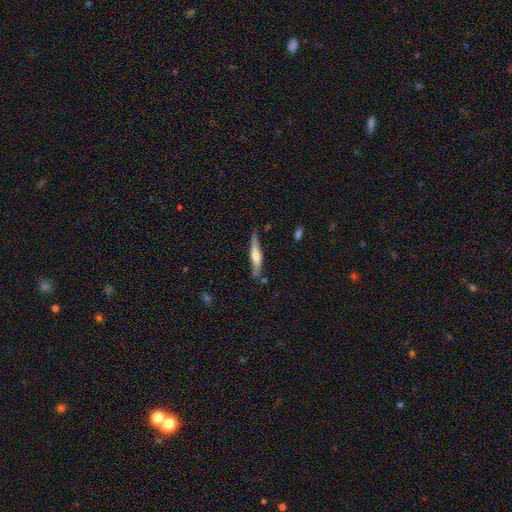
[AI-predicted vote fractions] Smooth or featured? Predicted: featured or disk (p=0.49). Merging? Predicted: none (p=0.74).